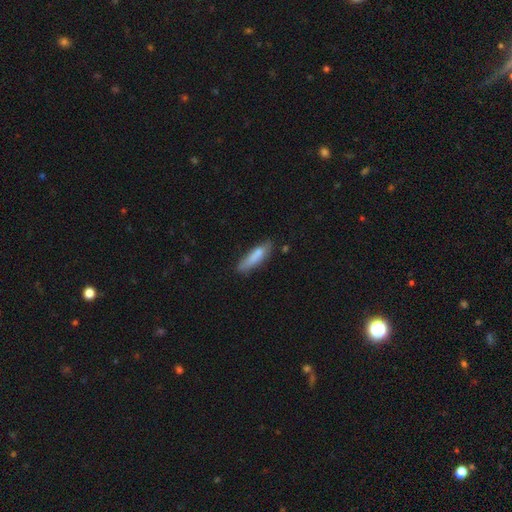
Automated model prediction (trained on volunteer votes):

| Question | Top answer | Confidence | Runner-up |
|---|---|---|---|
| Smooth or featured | smooth | 80% | featured or disk (14%) |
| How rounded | cigar-shaped | 69% | in between (29%) |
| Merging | none | 67% | minor disturbance (25%) |